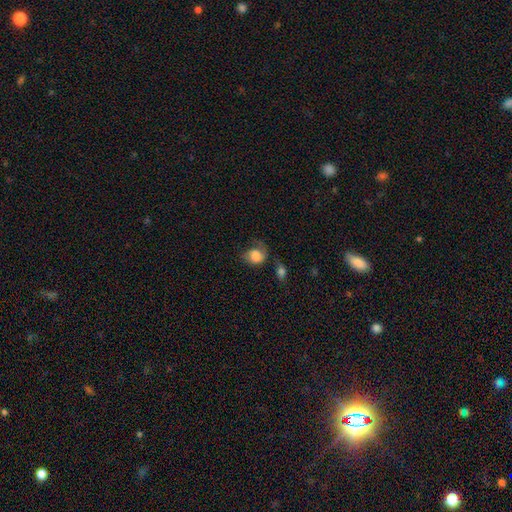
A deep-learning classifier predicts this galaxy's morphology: Smooth or featured? Predicted: smooth (p=0.72). How rounded? Predicted: round (p=0.54). Merging? Predicted: none (p=0.33).